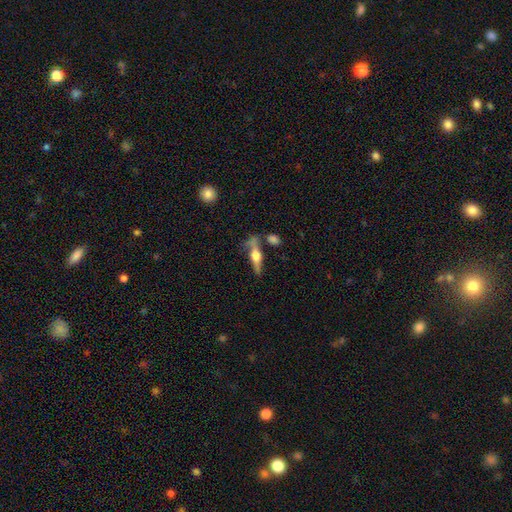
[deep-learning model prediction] smooth_or_featured: featured or disk (p=0.64) [alt: smooth p=0.29]
disk_edge_on: yes (p=0.93) [alt: no p=0.07]
edge_on_bulge: rounded (p=0.92) [alt: boxy p=0.05]
merging: none (p=0.64) [alt: minor disturbance p=0.17]